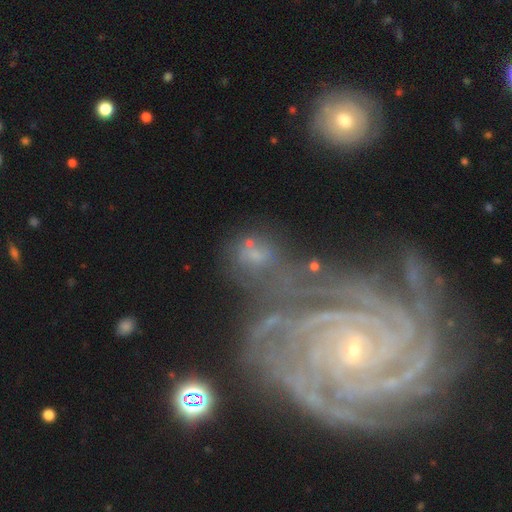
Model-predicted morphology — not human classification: featured or disk 59%, smooth 22%, star or artifact 19%. Down the decision tree: edge-on disk — no (94%); bar — no (48%); spiral arms — yes (81%); bulge size — small (51%); merging — none (42%).